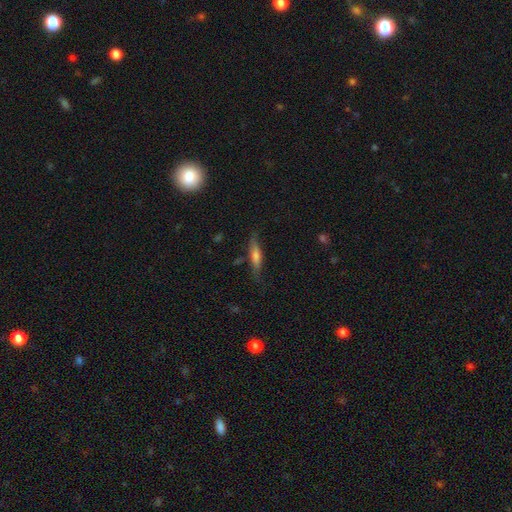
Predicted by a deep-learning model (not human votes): smooth 46% (tied), featured or disk 46% (tied), star or artifact 9%. Down the decision tree: merging — none (77%).